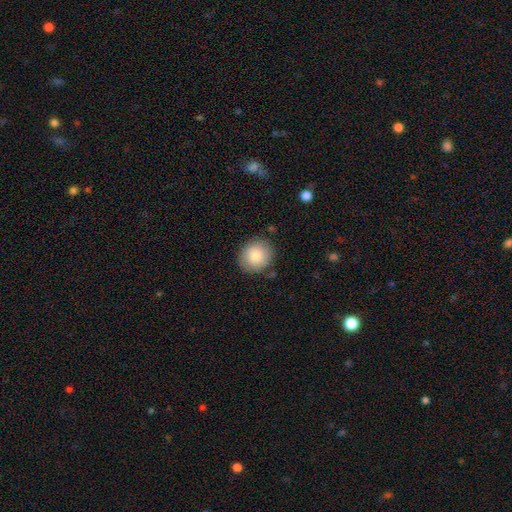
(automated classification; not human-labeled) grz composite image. It shows a smooth galaxy with no disk features (85%) that is round (78%). Merging: none (84%).